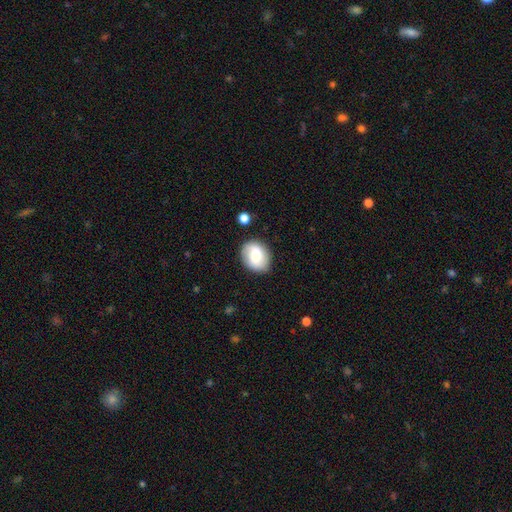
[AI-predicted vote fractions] Smooth or featured? smooth (68%)
How rounded? in between (52%)
Merging? none (83%)